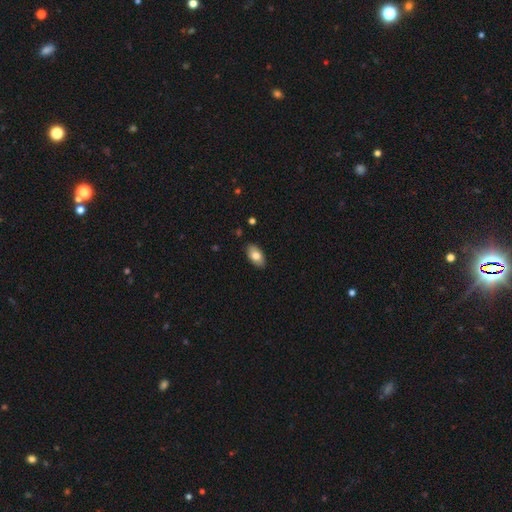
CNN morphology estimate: smooth-or-featured: smooth: 78% | featured or disk: 15% | star or artifact: 7%
  how-rounded: in between: 93% | round: 4% | cigar-shaped: 3%
  merging: none: 88% | minor disturbance: 9% | major disturbance: 2% | merger: 1%